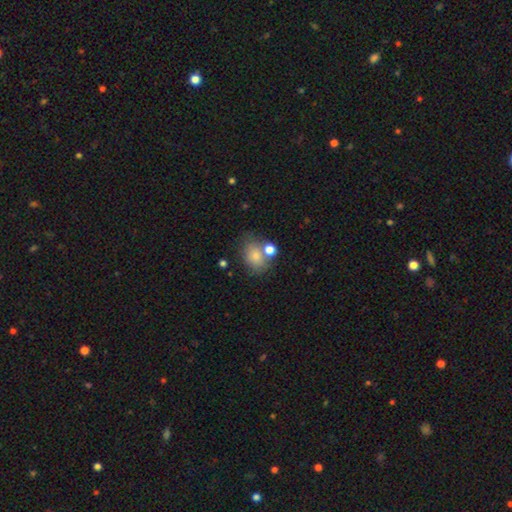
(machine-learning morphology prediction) Overall: smooth (76%). How rounded: in between (56%; round 43%). Merging: none (52%; merger 23%).